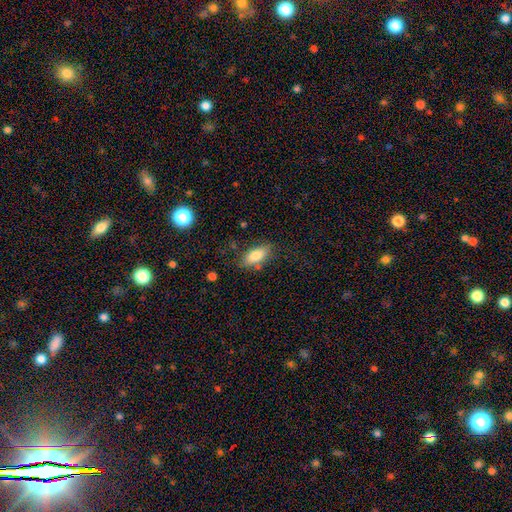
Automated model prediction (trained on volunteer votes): smooth 80%, featured or disk 12%, star or artifact 7%. Down the decision tree: how rounded — in between (86%); merging — none (75%).